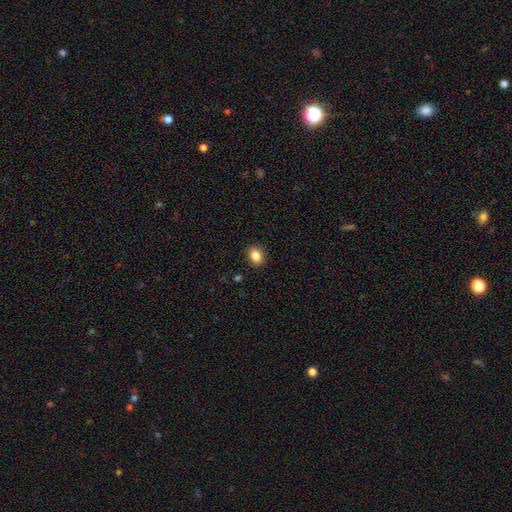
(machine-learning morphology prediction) Smooth or featured: smooth — 85% (star or artifact — 10%)
How rounded: in between — 51% (round — 48%)
Merging: none — 89% (minor disturbance — 8%)